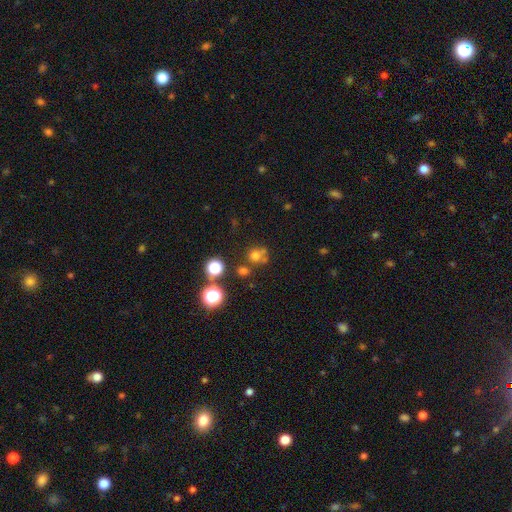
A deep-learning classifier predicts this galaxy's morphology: The model was most divided on "merging": none: 58%, merger: 22%, minor disturbance: 13%, major disturbance: 7%. More confident: how rounded — round (83%); smooth or featured — smooth (67%).